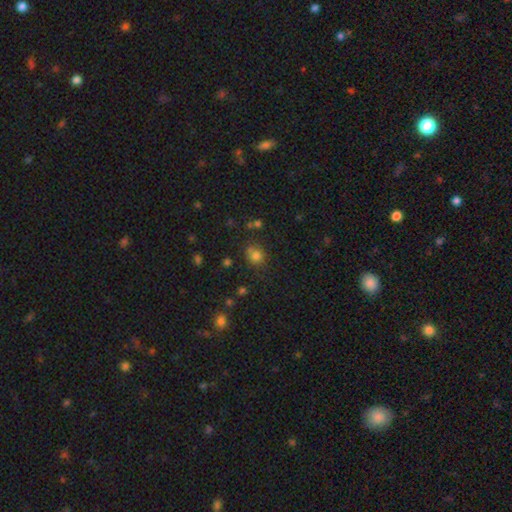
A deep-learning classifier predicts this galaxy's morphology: Q: Smooth or featured?
A: smooth (76%); runner-up: star or artifact (16%)
Q: How rounded?
A: round (75%); runner-up: in between (24%)
Q: Merging?
A: none (67%); runner-up: minor disturbance (18%)